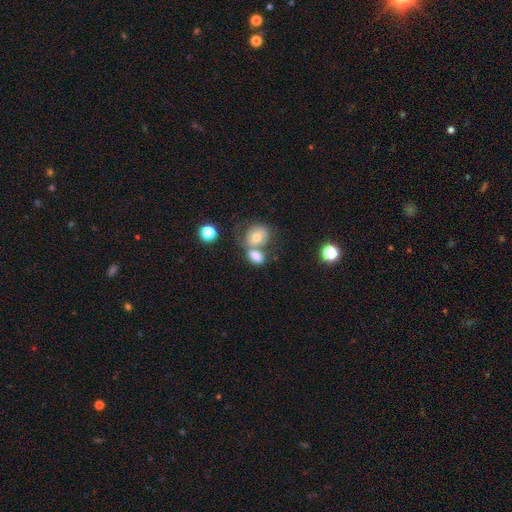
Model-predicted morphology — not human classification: smooth 71%, featured or disk 18%, star or artifact 10%. Down the decision tree: how rounded — in between (68%); merging — merger (48%).